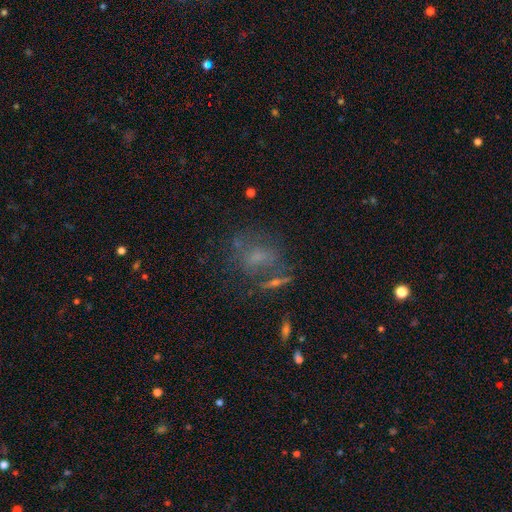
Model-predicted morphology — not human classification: This is marginally a smooth galaxy (44%). Merging: possibly none (51%).